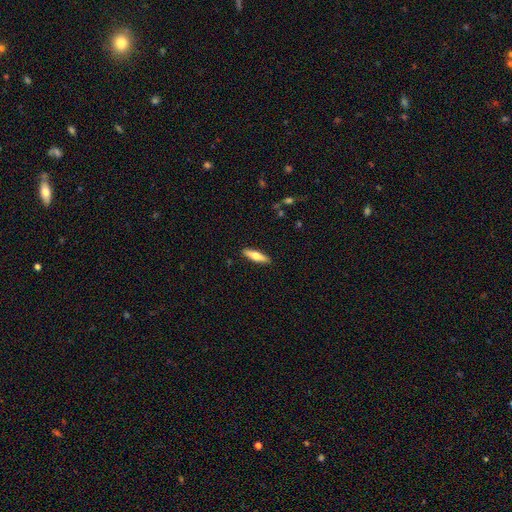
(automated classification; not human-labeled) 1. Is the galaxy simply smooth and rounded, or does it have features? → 59% smooth, 36% featured or disk, 6% star or artifact.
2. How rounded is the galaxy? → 67% cigar-shaped, 31% in between, 2% round.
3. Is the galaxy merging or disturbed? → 90% none, 7% minor disturbance, 2% major disturbance, 1% merger.